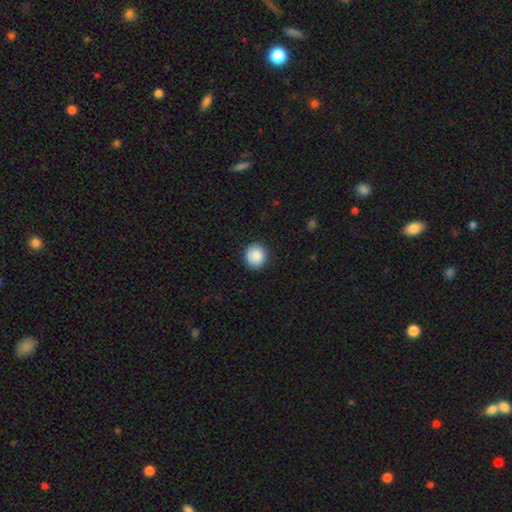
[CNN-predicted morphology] The model was most divided on "how rounded": round: 88%, in between: 11%, cigar-shaped: 1%. More confident: merging — none (90%); smooth or featured — smooth (89%).